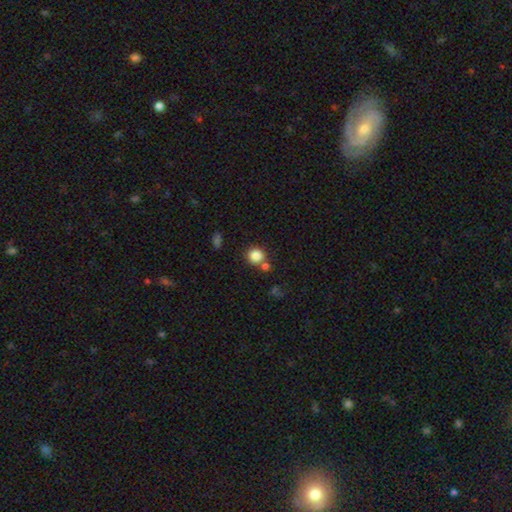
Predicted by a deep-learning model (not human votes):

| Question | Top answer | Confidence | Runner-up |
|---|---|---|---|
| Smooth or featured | smooth | 84% | star or artifact (11%) |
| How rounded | round | 90% | in between (9%) |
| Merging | none | 69% | merger (19%) |